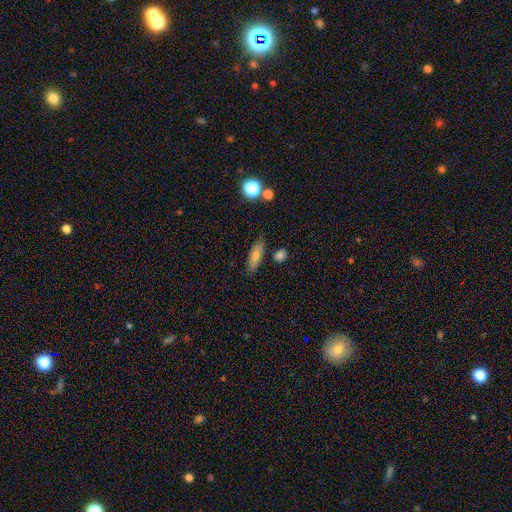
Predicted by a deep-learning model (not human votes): Overall: smooth (72%). How rounded: cigar-shaped (50%; in between 46%). Merging: none (80%).